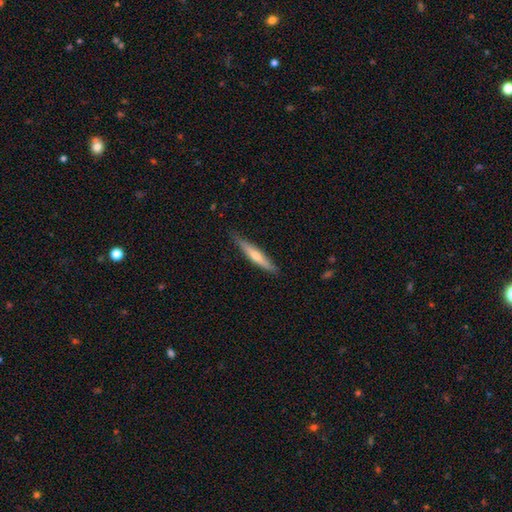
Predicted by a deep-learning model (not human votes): Q: Smooth or featured?
A: smooth (48%); runner-up: featured or disk (46%)
Q: Merging?
A: none (86%); runner-up: minor disturbance (11%)